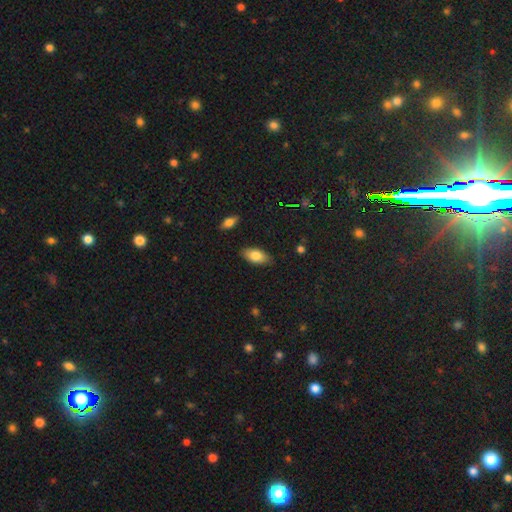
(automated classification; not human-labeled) This appears to be a smooth galaxy with no disk features (80%) that is in between round and cigar-shaped (92%). Merging: none (83%).